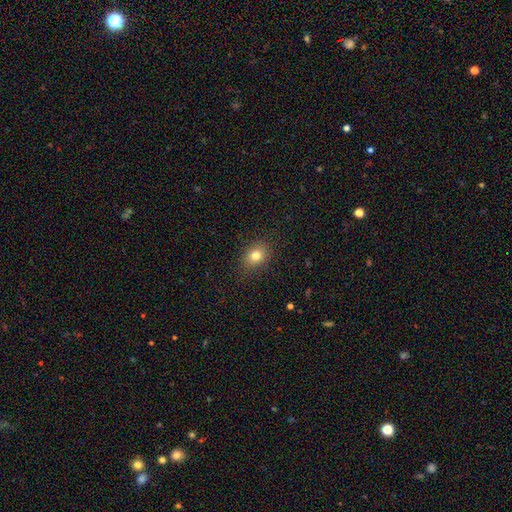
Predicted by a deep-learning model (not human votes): A smooth galaxy with no disk features (78%) that is in between round and cigar-shaped (55%).

Vote fractions:
- Smooth or featured? smooth: 78% / star or artifact: 13% / featured or disk: 9%
- How rounded? in between: 55% / round: 44% / cigar-shaped: 1%
- Merging? none: 85% / minor disturbance: 11% / major disturbance: 3% / merger: 1%